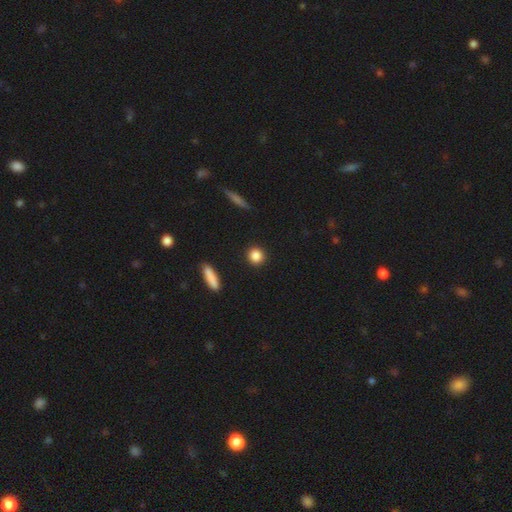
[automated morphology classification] Overall: smooth (86%). How rounded: round (90%). Merging: none (92%).